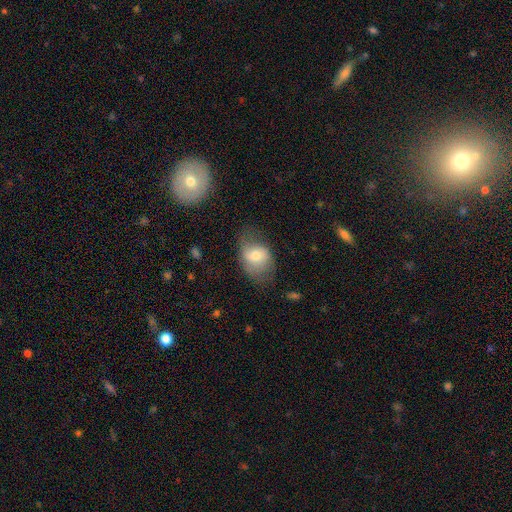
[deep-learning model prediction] Smooth or featured? Predicted: smooth (p=0.63). How rounded? Predicted: in between (p=0.71). Merging? Predicted: none (p=0.51).